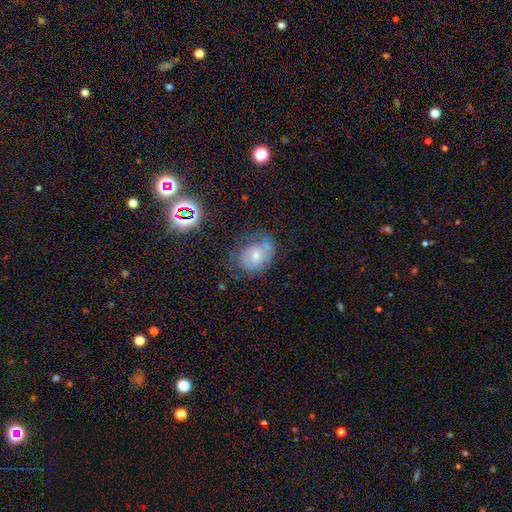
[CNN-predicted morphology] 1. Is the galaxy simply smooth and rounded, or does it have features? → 43% featured or disk, 41% smooth, 15% star or artifact.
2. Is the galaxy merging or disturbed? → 51% none, 26% minor disturbance, 14% major disturbance, 8% merger.